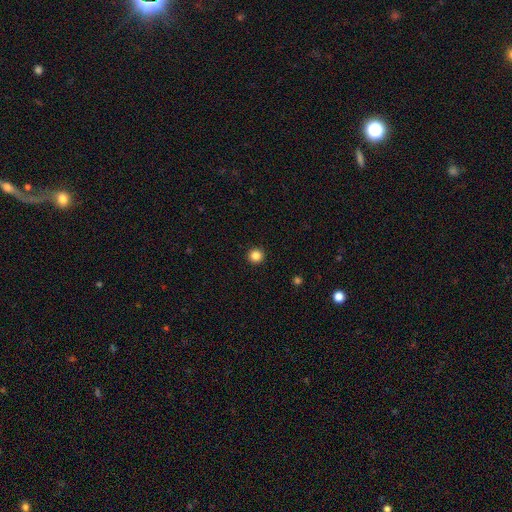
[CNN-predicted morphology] Overall: smooth (85%). How rounded: round (96%). Merging: none (94%).